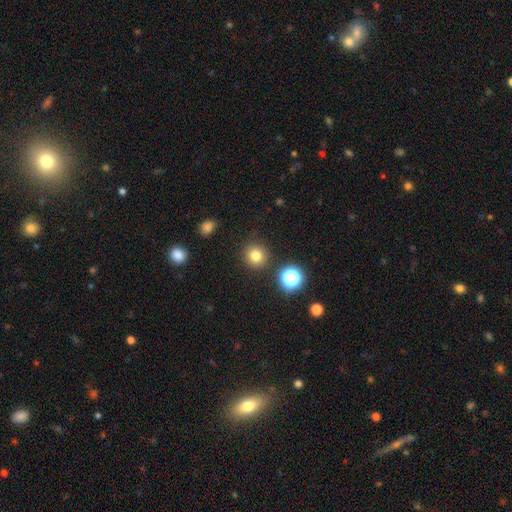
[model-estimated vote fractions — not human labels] Smooth or featured: smooth — 78% (star or artifact — 15%)
How rounded: round — 94% (in between — 5%)
Merging: none — 88% (minor disturbance — 6%)